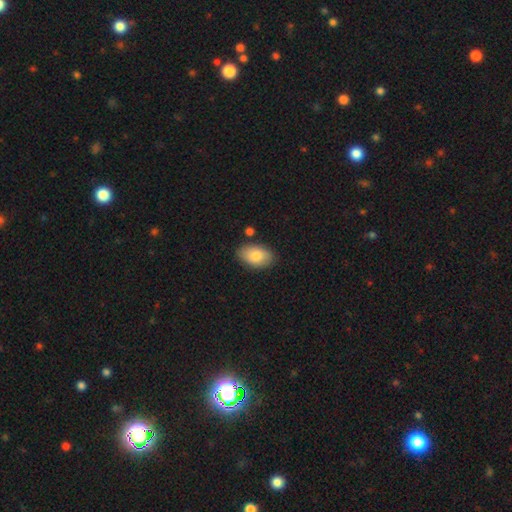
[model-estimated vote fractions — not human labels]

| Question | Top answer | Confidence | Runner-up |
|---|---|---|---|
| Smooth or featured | smooth | 82% | featured or disk (12%) |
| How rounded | in between | 92% | round (7%) |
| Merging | none | 82% | minor disturbance (12%) |